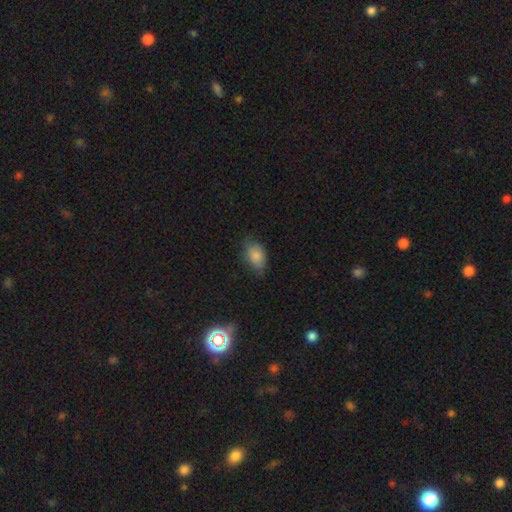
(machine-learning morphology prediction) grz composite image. It shows a smooth galaxy with no disk features (84%) that is in between round and cigar-shaped (88%). Merging: none (68%).